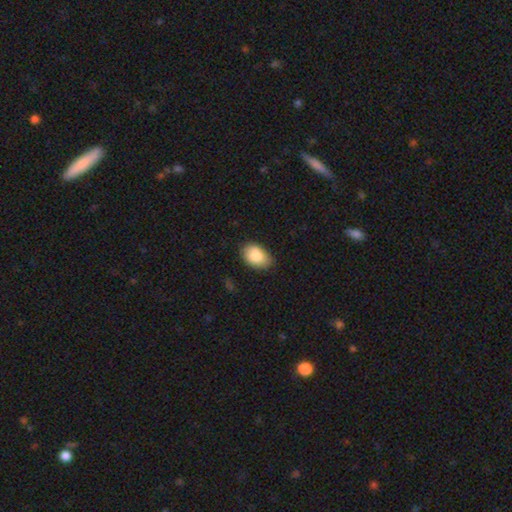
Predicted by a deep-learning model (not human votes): smooth_or_featured: smooth (p=0.84) [alt: featured or disk p=0.09]
how_rounded: in between (p=0.87) [alt: round p=0.11]
merging: none (p=0.75) [alt: minor disturbance p=0.21]